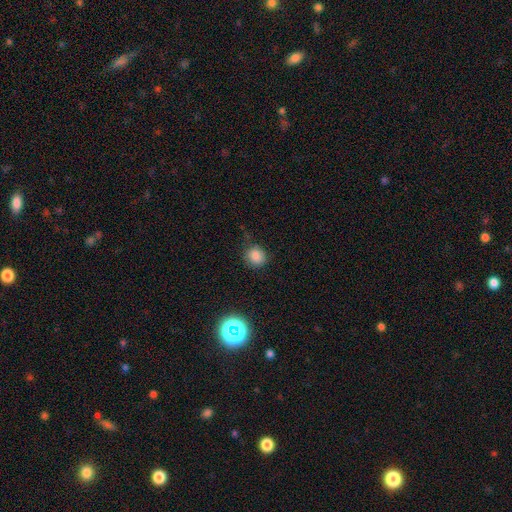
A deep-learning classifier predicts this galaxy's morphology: A smooth galaxy with no disk features (81%) that is round (83%).

Vote fractions:
- Smooth or featured? smooth: 81% / star or artifact: 14% / featured or disk: 5%
- How rounded? round: 83% / in between: 16% / cigar-shaped: 1%
- Merging? none: 77% / minor disturbance: 16% / major disturbance: 5% / merger: 2%